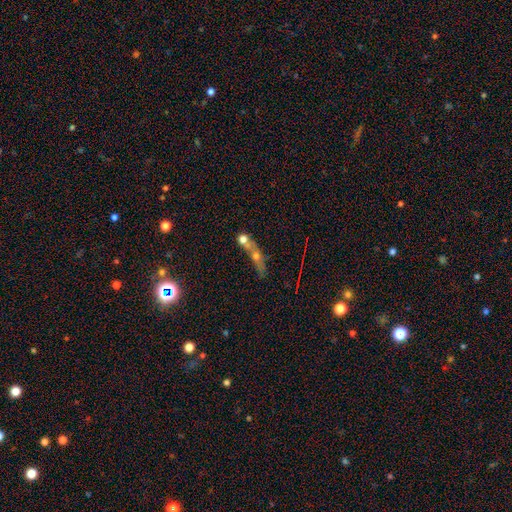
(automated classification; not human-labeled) Overall: featured or disk (38%, tied with smooth). Merging: merger (49%; none 32%).